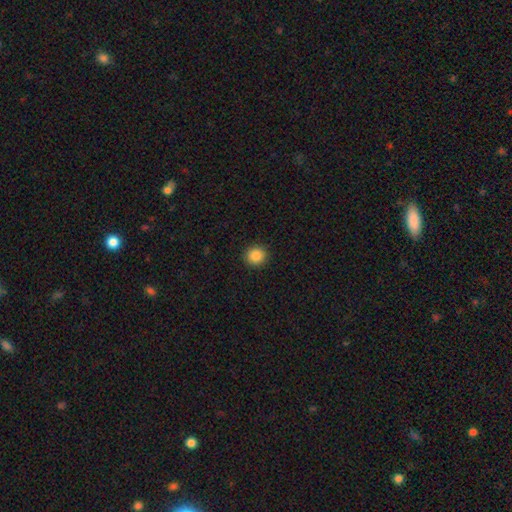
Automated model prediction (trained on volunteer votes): Smooth or featured? Predicted: smooth (p=0.87). How rounded? Predicted: round (p=0.91). Merging? Predicted: none (p=0.92).